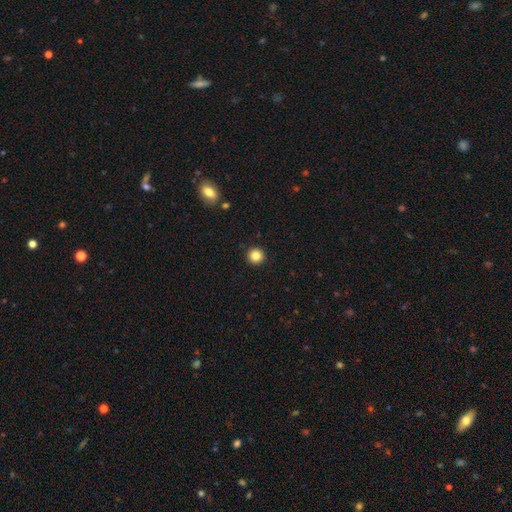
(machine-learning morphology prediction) The model was most divided on "smooth or featured": smooth: 84%, star or artifact: 11%, featured or disk: 5%. More confident: how rounded — round (95%); merging — none (94%).